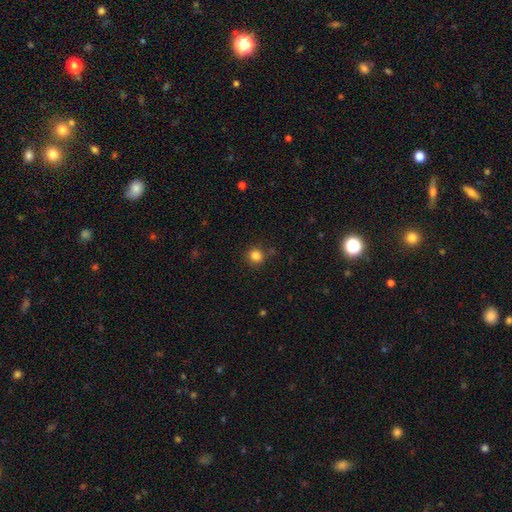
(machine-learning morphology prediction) Q: Smooth or featured?
A: smooth (83%); runner-up: star or artifact (12%)
Q: How rounded?
A: round (88%); runner-up: in between (11%)
Q: Merging?
A: none (85%); runner-up: minor disturbance (9%)